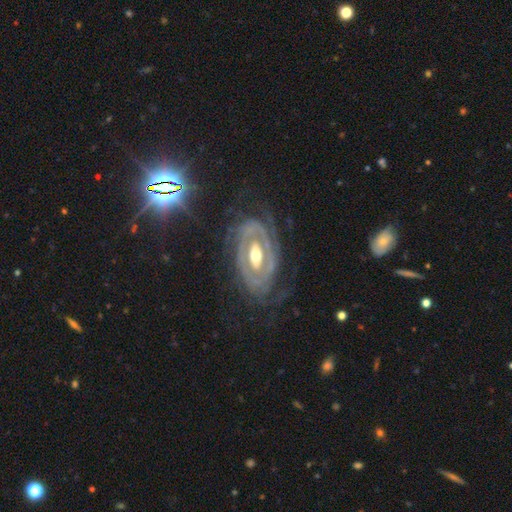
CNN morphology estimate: Q: Smooth or featured?
A: featured or disk (85%); runner-up: smooth (10%)
Q: Edge-on disk?
A: no (93%); runner-up: yes (7%)
Q: Bar?
A: no (43%); runner-up: weak (31%)
Q: Spiral arms?
A: yes (76%); runner-up: no (24%)
Q: Spiral winding?
A: tight (60%); runner-up: medium (26%)
Q: Spiral arm count?
A: 2 (44%); runner-up: can't tell (31%)
Q: Bulge size?
A: moderate (71%); runner-up: large (14%)
Q: Merging?
A: none (66%); runner-up: minor disturbance (18%)